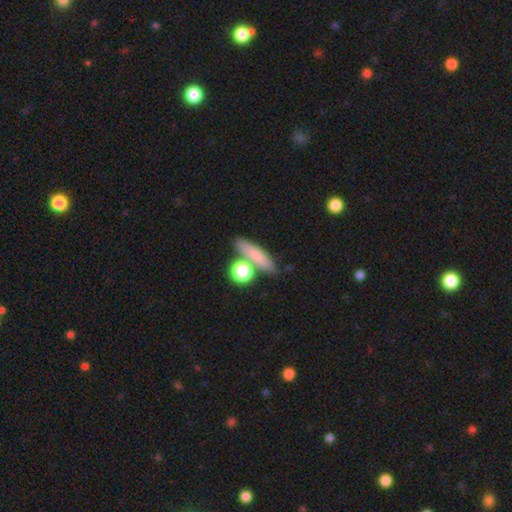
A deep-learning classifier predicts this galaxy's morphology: The model was most divided on "how rounded": cigar-shaped: 63%, in between: 24%, round: 13%. More confident: smooth or featured — smooth (75%); merging — none (70%).